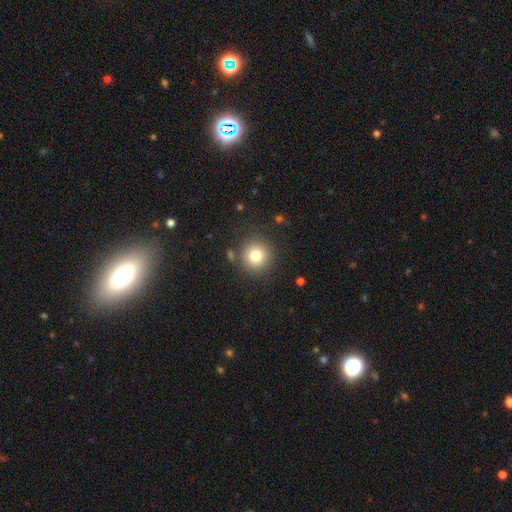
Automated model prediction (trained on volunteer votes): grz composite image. It shows a smooth galaxy with no disk features (79%) that is round (94%). Merging: none (86%).